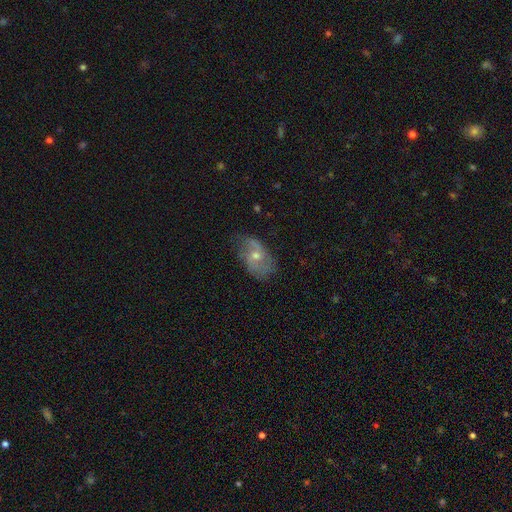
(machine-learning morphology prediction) This is likely a featured or disk galaxy (68%). It is clearly not viewed edge-on (95%). Bar: likely no (62%). Spiral arm pattern: clearly yes (84%). Spiral arm count: likely 2 (72%). Spiral winding: marginally loose (41%). Central bulge: possibly moderate (49%). Merging: likely none (61%).